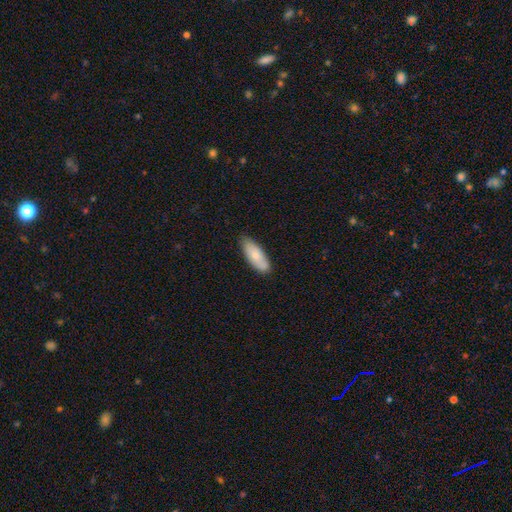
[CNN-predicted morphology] The model was most divided on "how rounded": in between: 76%, cigar-shaped: 23%, round: 2%. More confident: smooth or featured — smooth (77%); merging — none (77%).